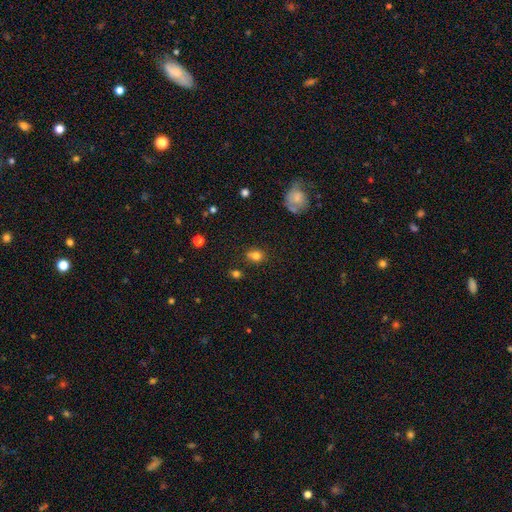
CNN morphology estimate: This appears to be a smooth galaxy with no disk features (76%) that is round (50%). Merging: none (64%).